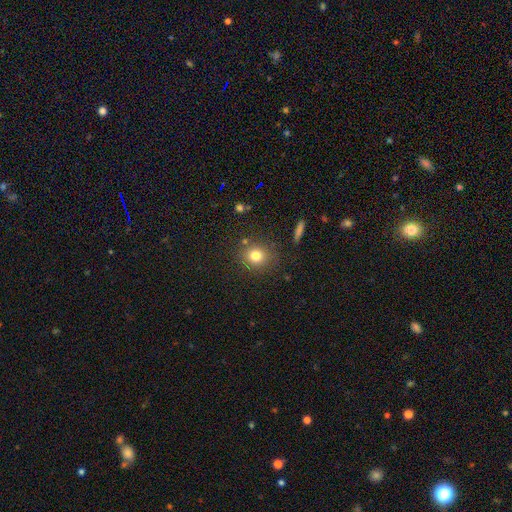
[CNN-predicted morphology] Smooth or featured? Predicted: smooth (p=0.79). How rounded? Predicted: round (p=0.82). Merging? Predicted: none (p=0.83).